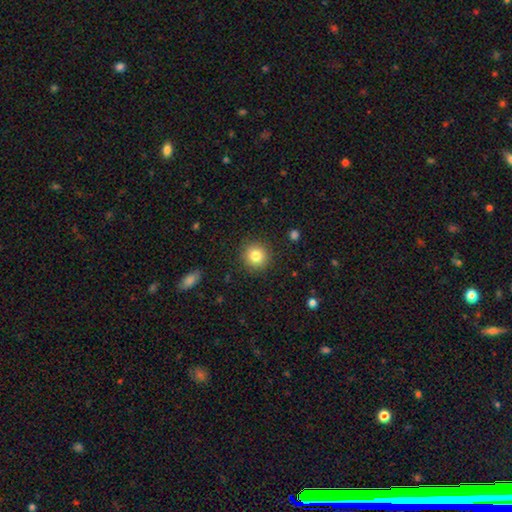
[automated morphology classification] This is clearly a smooth galaxy (83%). How rounded: clearly round (93%). Merging: clearly none (90%).